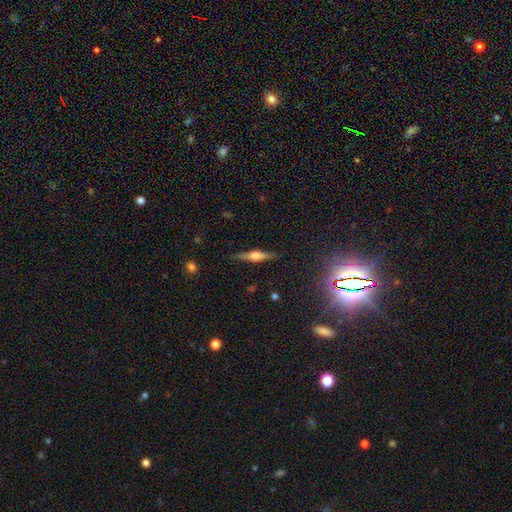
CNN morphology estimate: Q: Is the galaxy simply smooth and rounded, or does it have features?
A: featured or disk — 60%.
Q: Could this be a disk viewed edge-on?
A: yes — 97%.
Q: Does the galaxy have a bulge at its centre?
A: rounded — 79%.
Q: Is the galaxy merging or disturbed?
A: none — 88%.